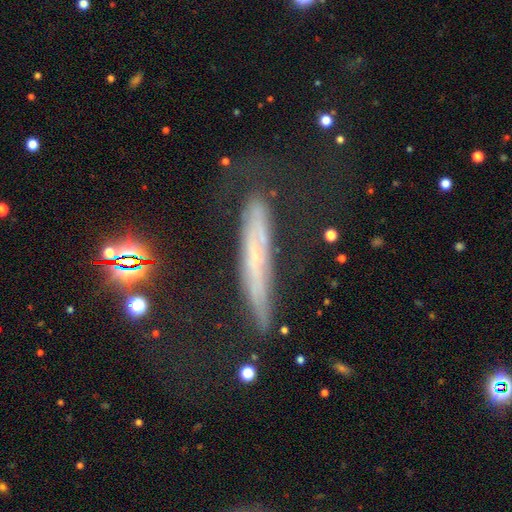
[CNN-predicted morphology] Smooth or featured? Predicted: featured or disk (p=0.51). Edge-on disk? Predicted: yes (p=0.75). Merging? Predicted: none (p=0.60).